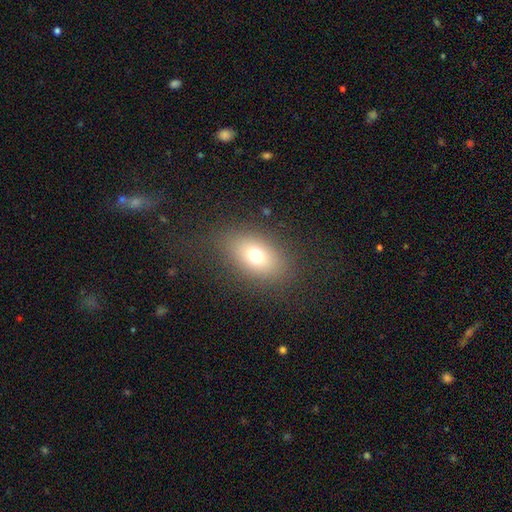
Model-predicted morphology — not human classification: Smooth or featured? smooth (70%)
How rounded? in between (76%)
Merging? none (81%)